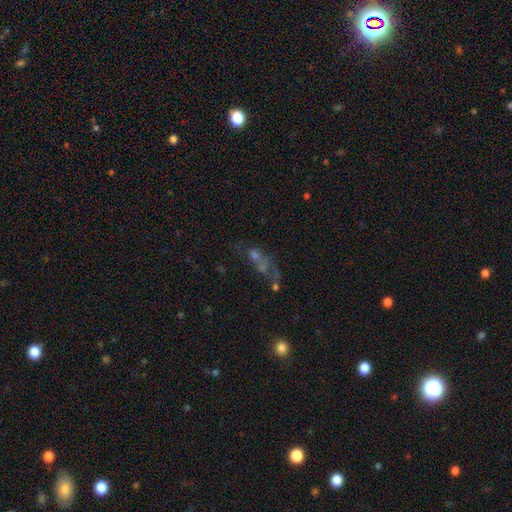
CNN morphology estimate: A featured or disk galaxy (40%). Merging: merger (33%).